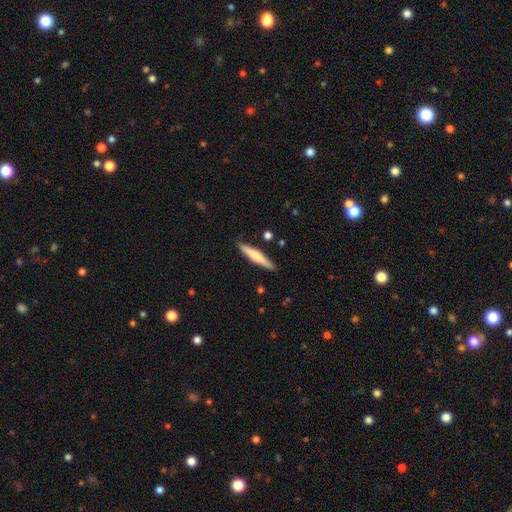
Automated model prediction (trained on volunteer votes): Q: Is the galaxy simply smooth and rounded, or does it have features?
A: smooth — 61%.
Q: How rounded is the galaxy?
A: cigar-shaped — 90%.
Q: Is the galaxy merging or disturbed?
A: none — 87%.